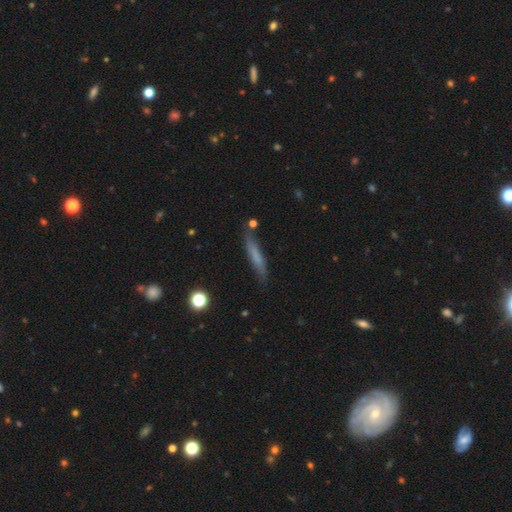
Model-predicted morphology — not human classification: Smooth or featured?
  - smooth: 64% *
  - featured or disk: 28%
  - star or artifact: 8%
How rounded?
  - cigar-shaped: 89% *
  - in between: 9%
  - round: 2%
Merging?
  - none: 79% *
  - minor disturbance: 15%
  - major disturbance: 3%
  - merger: 3%